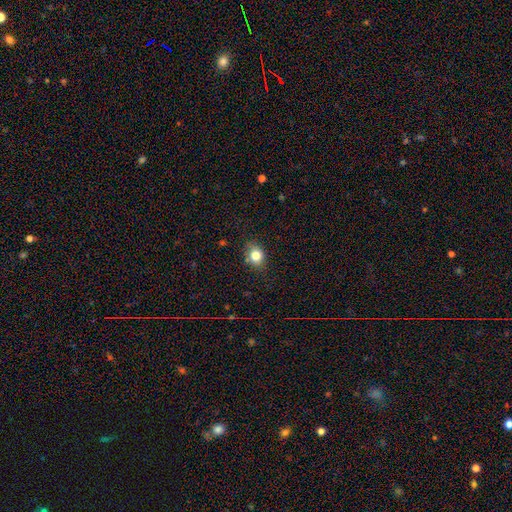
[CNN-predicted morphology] This appears to be a smooth galaxy with no disk features (81%) that is in between round and cigar-shaped (53%). Merging: none (80%).